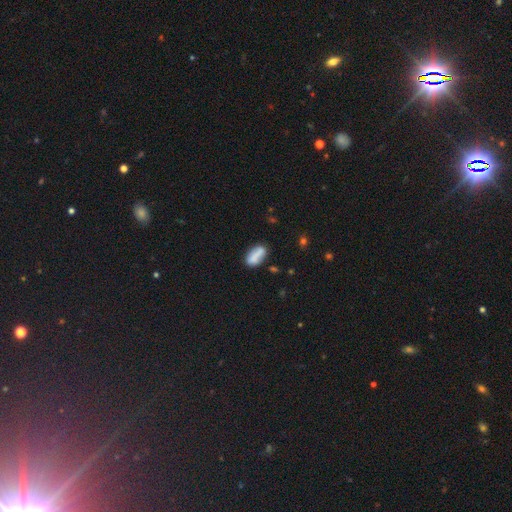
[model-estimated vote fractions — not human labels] smooth_or_featured: smooth (p=0.75) [alt: featured or disk p=0.17]
how_rounded: in between (p=0.78) [alt: cigar-shaped p=0.17]
merging: none (p=0.70) [alt: minor disturbance p=0.18]